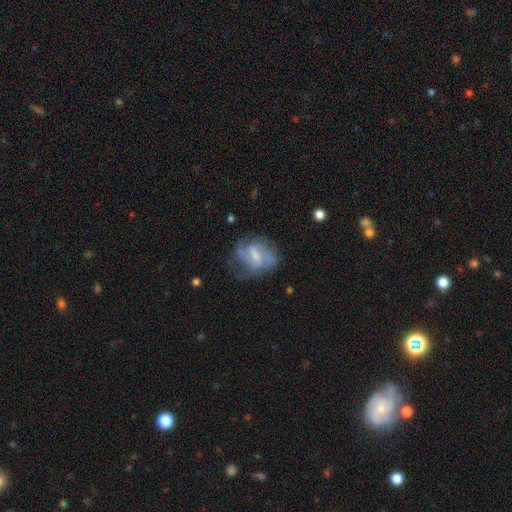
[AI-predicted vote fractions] This is likely a featured or disk galaxy (73%). It is clearly not viewed edge-on (97%). Bar: possibly weak (54%). Spiral arm pattern: clearly yes (85%). Spiral arm count: marginally 2 (32%). Spiral winding: possibly medium (46%). Central bulge: marginally small (42%). Merging: possibly none (52%).